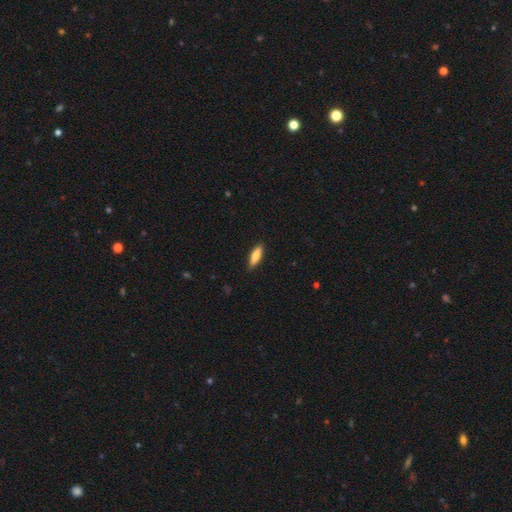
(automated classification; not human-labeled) Overall: smooth (79%). How rounded: cigar-shaped (59%; in between 39%). Merging: none (87%).